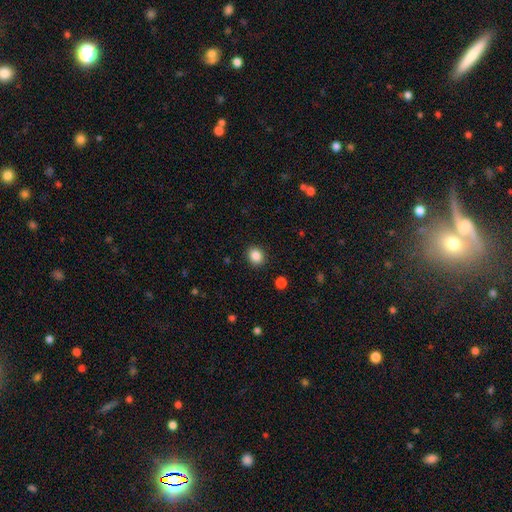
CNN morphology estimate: Smooth or featured? Predicted: smooth (p=0.86). How rounded? Predicted: round (p=0.72). Merging? Predicted: none (p=0.90).